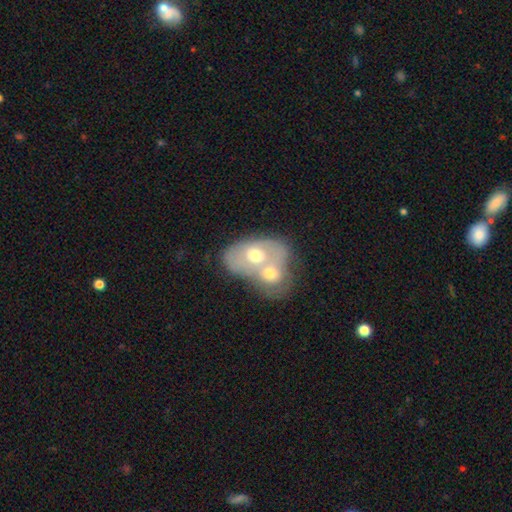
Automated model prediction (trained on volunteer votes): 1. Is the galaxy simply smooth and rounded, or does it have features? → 48% smooth, 45% featured or disk, 7% star or artifact.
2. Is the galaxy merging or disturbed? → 76% merger, 15% none, 6% minor disturbance, 4% major disturbance.